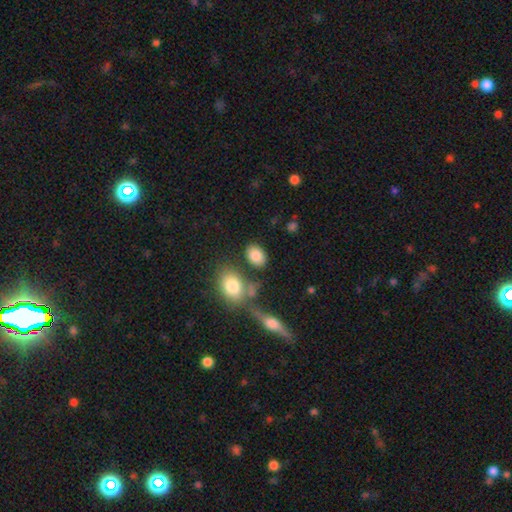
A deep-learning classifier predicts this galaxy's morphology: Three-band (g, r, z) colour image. It shows a smooth galaxy with no disk features (84%) that is in between round and cigar-shaped (77%). Merging: none (76%).